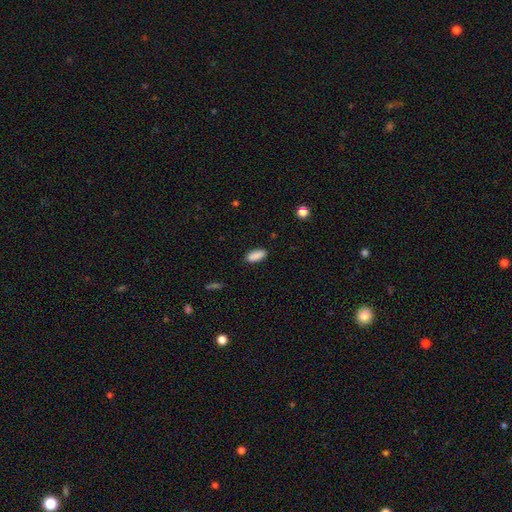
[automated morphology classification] type=smooth (89%); roundness=in between (81%); merging=none (87%).